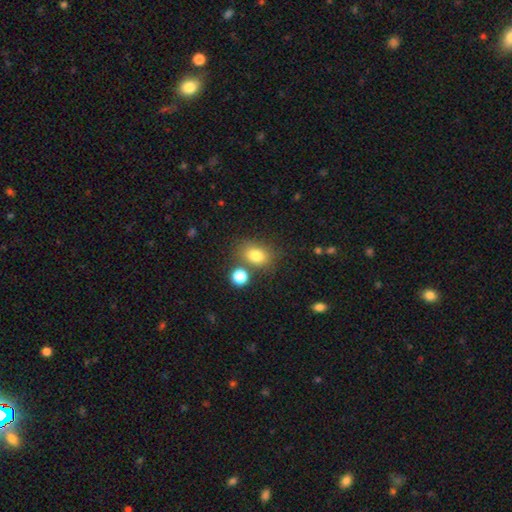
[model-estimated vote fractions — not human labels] A smooth galaxy with no disk features (80%) that is in between round and cigar-shaped (67%). Merging: none (67%).